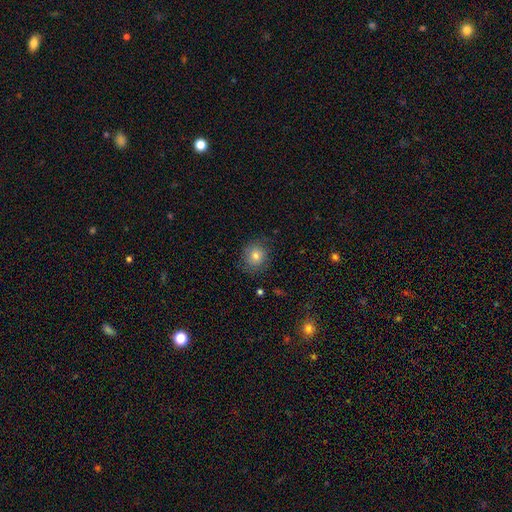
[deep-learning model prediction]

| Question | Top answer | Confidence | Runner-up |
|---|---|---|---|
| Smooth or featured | smooth | 77% | star or artifact (12%) |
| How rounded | round | 83% | in between (16%) |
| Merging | none | 82% | minor disturbance (13%) |